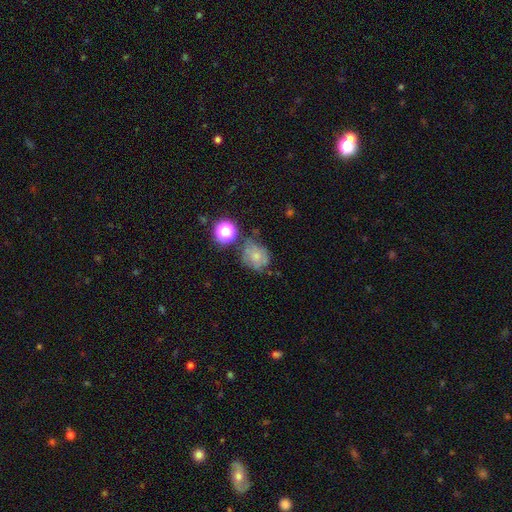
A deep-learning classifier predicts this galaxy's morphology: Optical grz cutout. It shows a smooth galaxy with no disk features (58%) that is round (71%). Merging: none (51%).